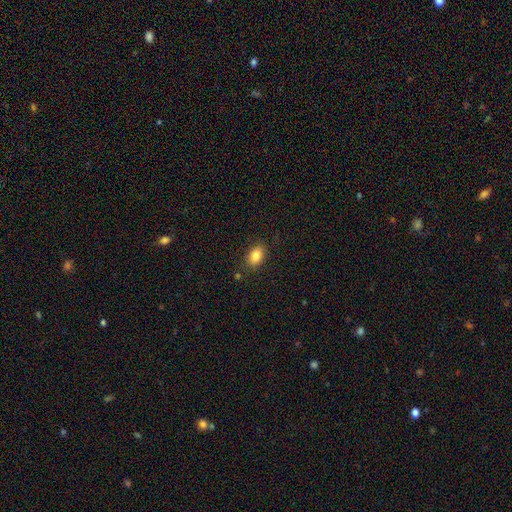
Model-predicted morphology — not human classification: Smooth or featured?
  - smooth: 85% *
  - star or artifact: 8%
  - featured or disk: 7%
How rounded?
  - in between: 88% *
  - round: 10%
  - cigar-shaped: 2%
Merging?
  - none: 84% *
  - minor disturbance: 11%
  - major disturbance: 3%
  - merger: 2%